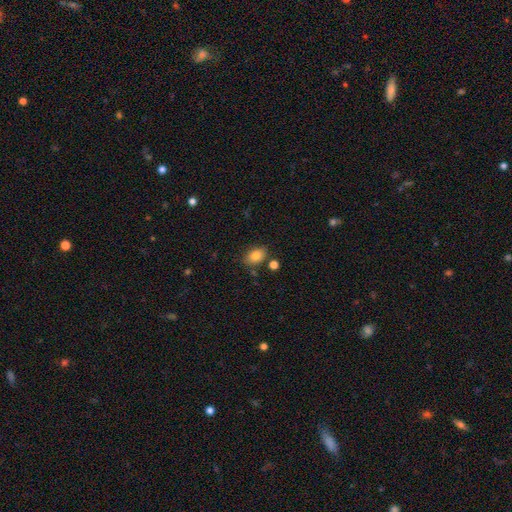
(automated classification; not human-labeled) A smooth galaxy with no disk features (83%) that is in between round and cigar-shaped (83%).

Vote fractions:
- Smooth or featured? smooth: 83% / star or artifact: 9% / featured or disk: 8%
- How rounded? in between: 83% / round: 16% / cigar-shaped: 1%
- Merging? none: 78% / minor disturbance: 13% / merger: 6% / major disturbance: 3%